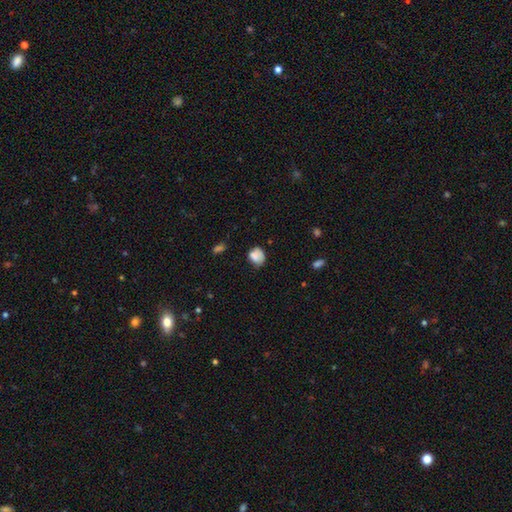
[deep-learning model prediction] Smooth or featured?
  - smooth: 78% *
  - featured or disk: 12%
  - star or artifact: 9%
How rounded?
  - round: 54% *
  - in between: 45%
  - cigar-shaped: 1%
Merging?
  - none: 49% *
  - minor disturbance: 33%
  - major disturbance: 12%
  - merger: 6%